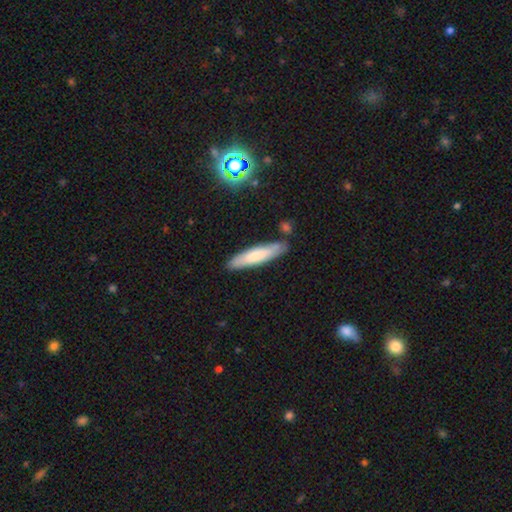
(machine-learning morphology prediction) Smooth or featured? smooth (71%)
How rounded? cigar-shaped (82%)
Merging? none (83%)